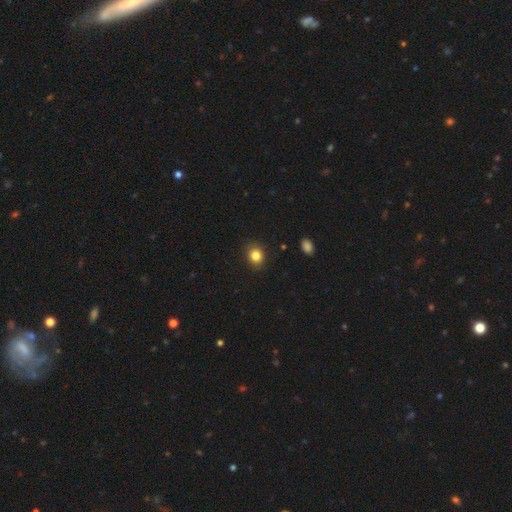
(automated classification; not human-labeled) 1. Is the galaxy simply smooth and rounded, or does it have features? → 84% smooth, 11% star or artifact, 5% featured or disk.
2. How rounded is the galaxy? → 61% round, 38% in between, 1% cigar-shaped.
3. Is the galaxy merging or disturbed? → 87% none, 9% minor disturbance, 2% major disturbance, 1% merger.